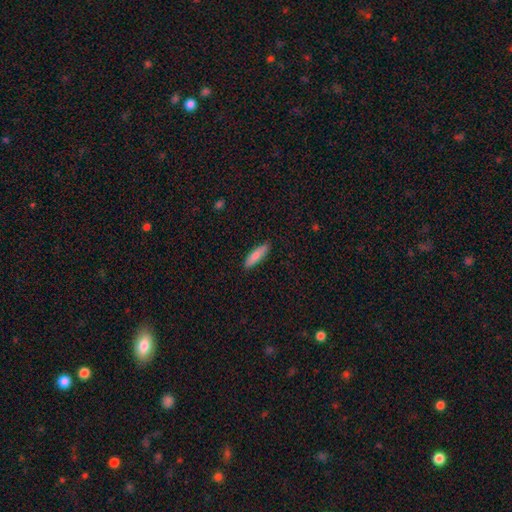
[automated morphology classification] The model was most divided on "how rounded": cigar-shaped: 69%, in between: 30%, round: 2%. More confident: merging — none (88%); smooth or featured — smooth (84%).